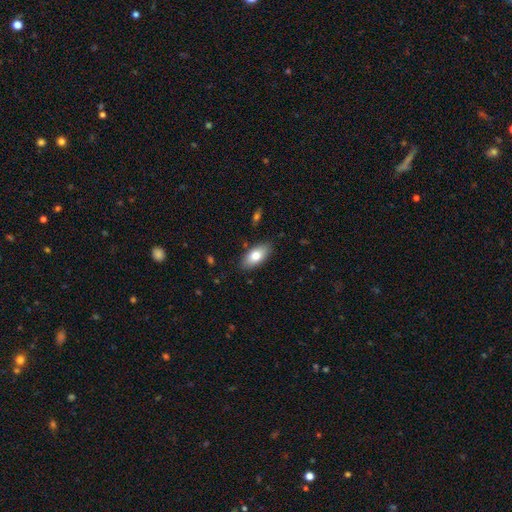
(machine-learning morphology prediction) This is likely a smooth galaxy (77%). How rounded: clearly in between (90%). Merging: clearly none (86%).